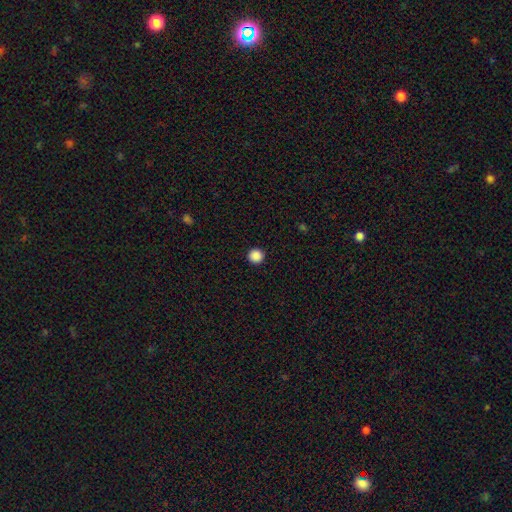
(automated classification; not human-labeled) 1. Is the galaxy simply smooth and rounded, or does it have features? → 88% smooth, 10% star or artifact, 2% featured or disk.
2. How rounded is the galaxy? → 96% round, 3% in between, 1% cigar-shaped.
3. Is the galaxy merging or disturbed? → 94% none, 4% minor disturbance, 1% major disturbance, 1% merger.